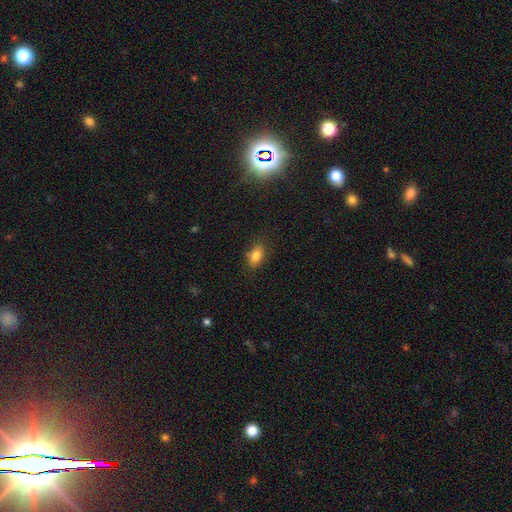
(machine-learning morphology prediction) Smooth or featured: smooth — 82% (star or artifact — 10%)
How rounded: in between — 84% (round — 12%)
Merging: none — 81% (minor disturbance — 13%)